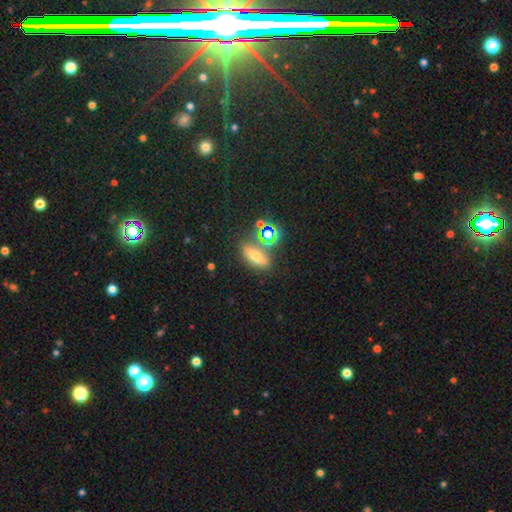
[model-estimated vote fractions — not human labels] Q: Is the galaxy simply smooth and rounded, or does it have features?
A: smooth — 50%.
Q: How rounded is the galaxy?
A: in between — 57%.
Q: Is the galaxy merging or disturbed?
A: none — 73%.